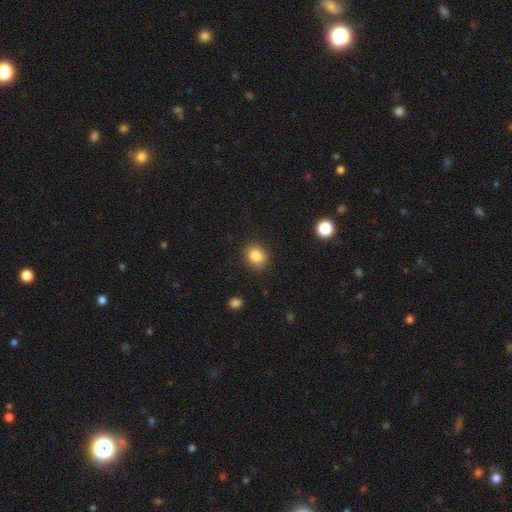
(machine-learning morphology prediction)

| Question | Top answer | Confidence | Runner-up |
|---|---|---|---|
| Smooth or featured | smooth | 84% | star or artifact (10%) |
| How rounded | round | 63% | in between (36%) |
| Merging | none | 87% | minor disturbance (9%) |